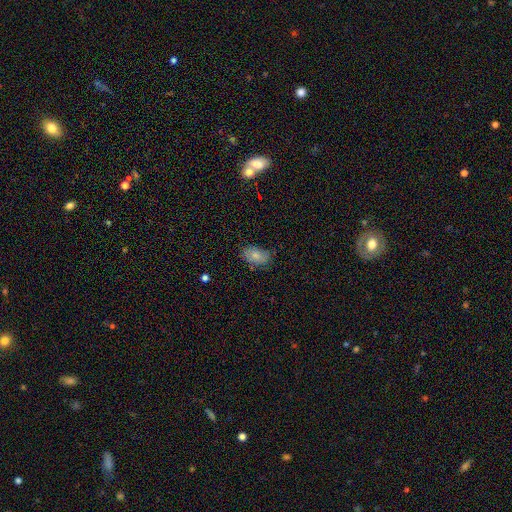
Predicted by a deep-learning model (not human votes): The model was most divided on "merging": none: 70%, minor disturbance: 24%, major disturbance: 5%, merger: 1%. More confident: how rounded — in between (90%); smooth or featured — smooth (77%).